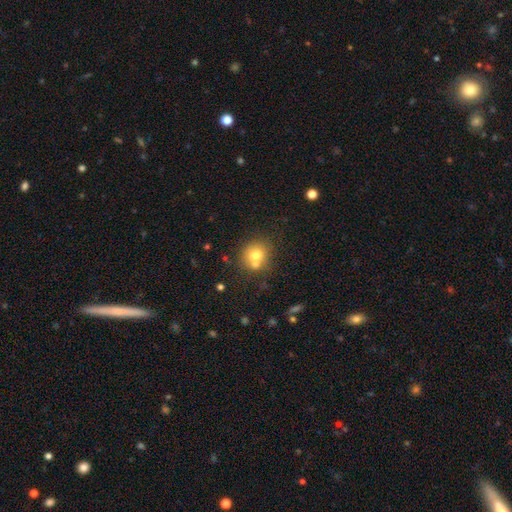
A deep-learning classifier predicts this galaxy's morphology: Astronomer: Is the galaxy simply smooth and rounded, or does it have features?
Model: smooth — 72%.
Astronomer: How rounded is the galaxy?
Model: round — 84%.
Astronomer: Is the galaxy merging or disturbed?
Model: none — 56% (runner-up: merger, 32%).